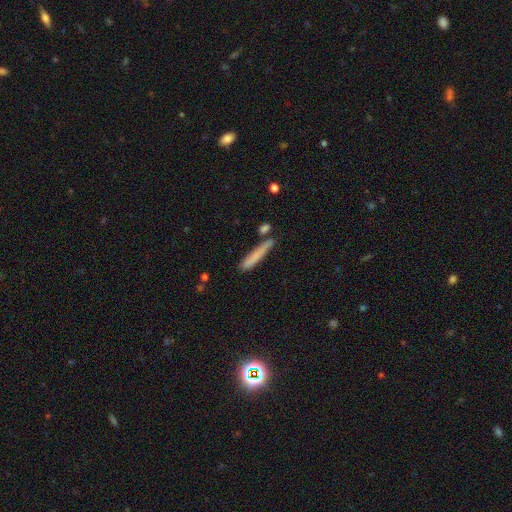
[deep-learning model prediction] This is likely a smooth galaxy (73%). How rounded: clearly cigar-shaped (94%). Merging: likely none (73%).